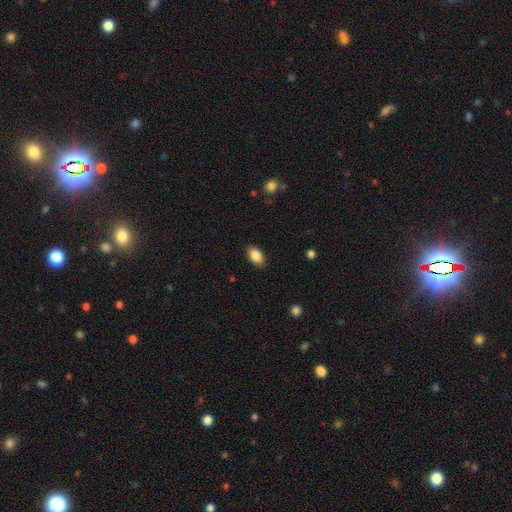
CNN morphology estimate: smooth 87%, star or artifact 7%, featured or disk 5%. Down the decision tree: how rounded — in between (91%); merging — none (87%).